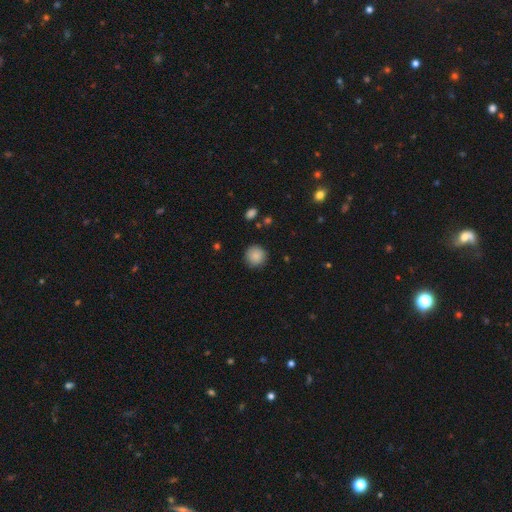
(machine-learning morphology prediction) A smooth galaxy with no disk features (87%) that is round (94%).

Vote fractions:
- Smooth or featured? smooth: 87% / star or artifact: 9% / featured or disk: 4%
- How rounded? round: 94% / in between: 5% / cigar-shaped: 1%
- Merging? none: 88% / minor disturbance: 8% / major disturbance: 2% / merger: 1%